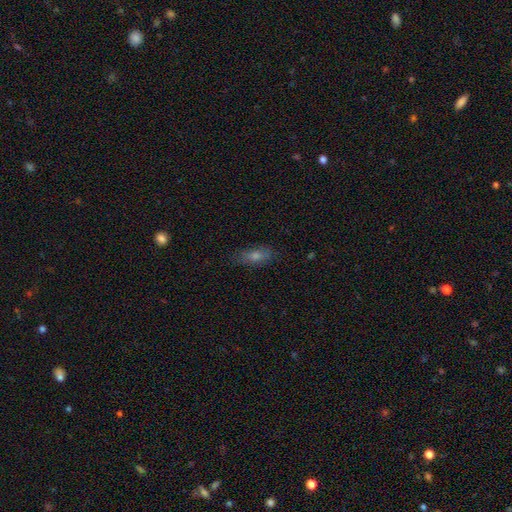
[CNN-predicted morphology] A smooth galaxy with no disk features (60%) that is in between round and cigar-shaped (59%).

Vote fractions:
- Smooth or featured? smooth: 60% / featured or disk: 24% / star or artifact: 15%
- How rounded? in between: 59% / cigar-shaped: 35% / round: 6%
- Merging? none: 83% / minor disturbance: 13% / major disturbance: 3% / merger: 1%